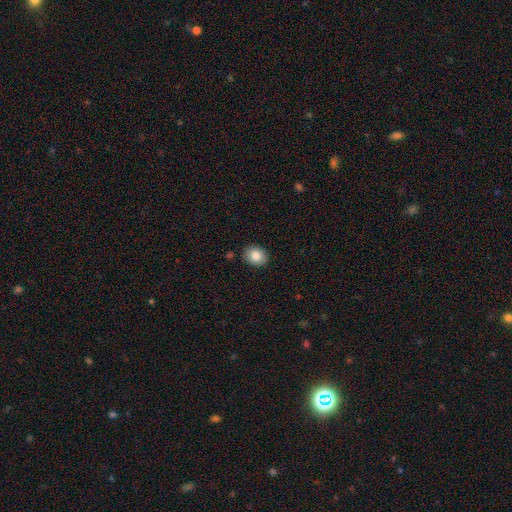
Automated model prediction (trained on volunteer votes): This is clearly a smooth galaxy (83%). How rounded: possibly round (54%). Merging: clearly none (88%).